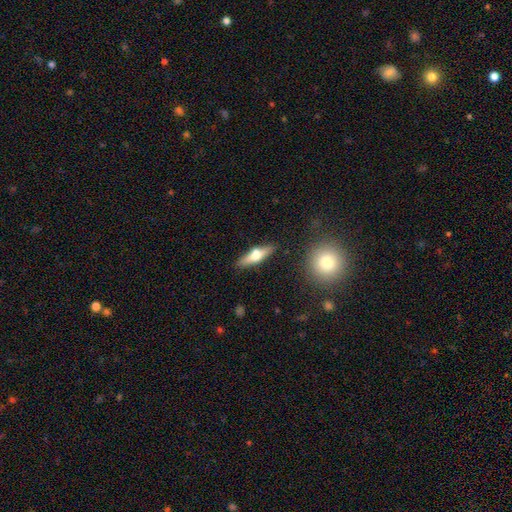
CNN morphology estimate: A featured or disk galaxy (49%). Merging: none (82%).